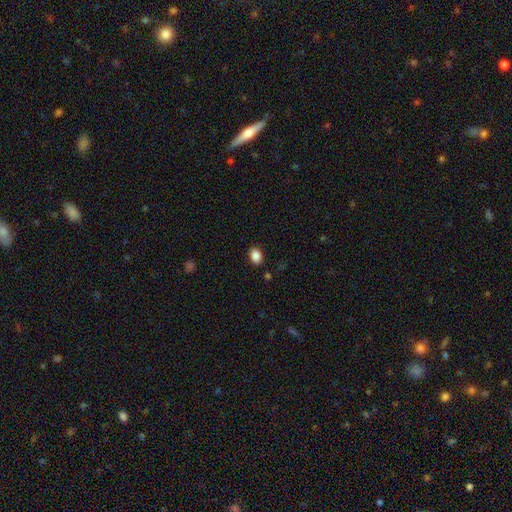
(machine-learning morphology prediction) Q: Smooth or featured?
A: smooth (87%); runner-up: star or artifact (9%)
Q: How rounded?
A: in between (75%); runner-up: round (24%)
Q: Merging?
A: none (88%); runner-up: minor disturbance (9%)